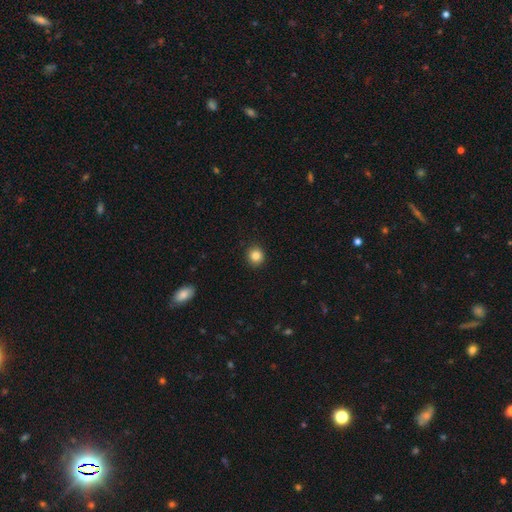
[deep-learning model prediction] smooth 84%, star or artifact 11%, featured or disk 5%. Down the decision tree: how rounded — round (91%); merging — none (92%).